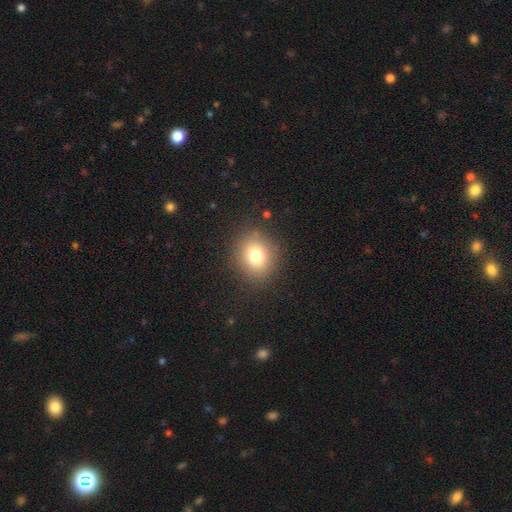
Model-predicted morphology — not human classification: smooth_or_featured: smooth (p=0.78) [alt: star or artifact p=0.13]
how_rounded: round (p=0.74) [alt: in between p=0.25]
merging: none (p=0.86) [alt: minor disturbance p=0.09]